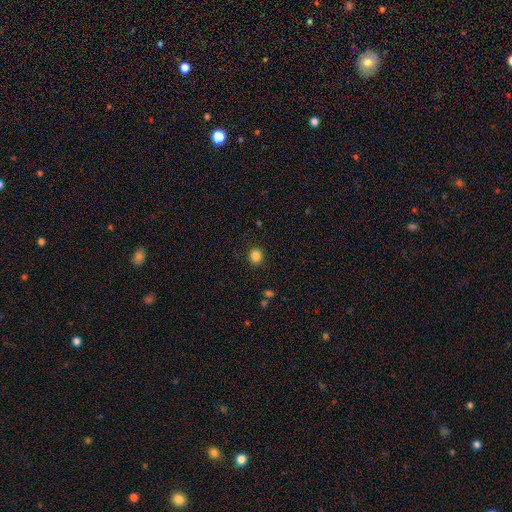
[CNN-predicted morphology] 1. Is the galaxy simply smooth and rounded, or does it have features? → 85% smooth, 12% star or artifact, 3% featured or disk.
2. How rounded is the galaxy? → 81% round, 18% in between, 1% cigar-shaped.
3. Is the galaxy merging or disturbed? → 89% none, 7% minor disturbance, 2% major disturbance, 1% merger.